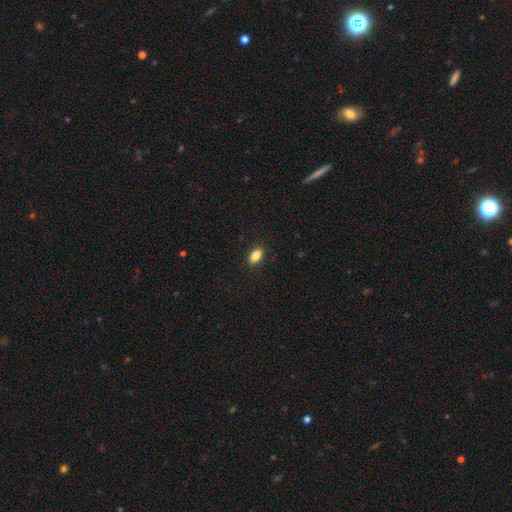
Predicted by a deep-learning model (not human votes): This appears to be a smooth galaxy with no disk features (85%) that is in between round and cigar-shaped (88%). Merging: none (89%).